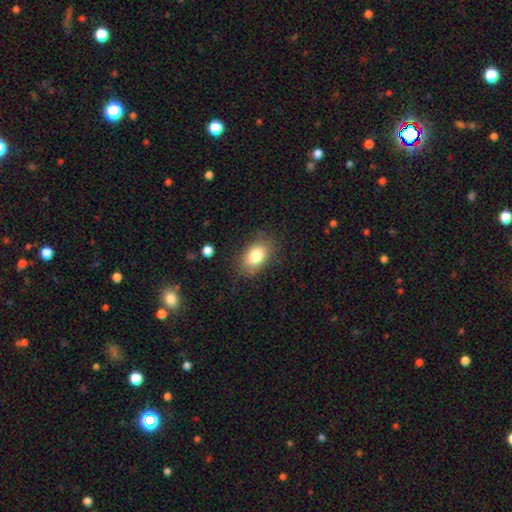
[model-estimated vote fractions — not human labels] Smooth or featured? smooth (81%)
How rounded? in between (85%)
Merging? none (80%)